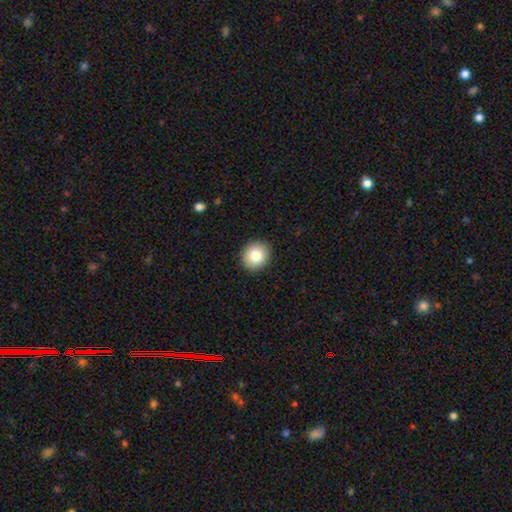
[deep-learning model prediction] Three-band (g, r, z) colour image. It shows a smooth galaxy with no disk features (83%) that is round (83%). Merging: none (91%).